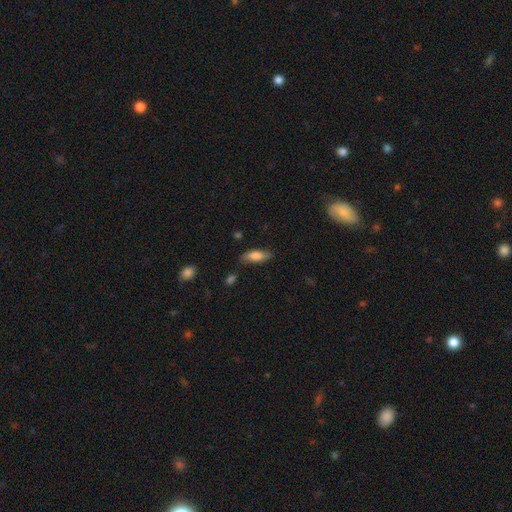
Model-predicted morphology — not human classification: A smooth galaxy with no disk features (78%) that is in between round and cigar-shaped (64%).

Vote fractions:
- Smooth or featured? smooth: 78% / featured or disk: 16% / star or artifact: 7%
- How rounded? in between: 64% / cigar-shaped: 34% / round: 2%
- Merging? none: 76% / minor disturbance: 19% / major disturbance: 4% / merger: 2%